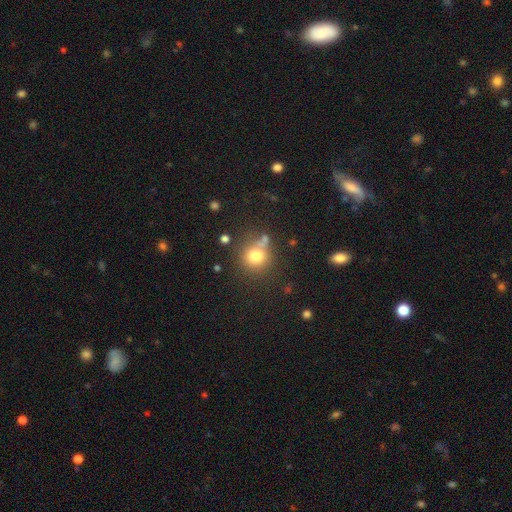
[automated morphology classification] smooth-or-featured: smooth: 76% | star or artifact: 13% | featured or disk: 10%
  how-rounded: round: 88% | in between: 11% | cigar-shaped: 1%
  merging: none: 67% | merger: 14% | minor disturbance: 14% | major disturbance: 6%